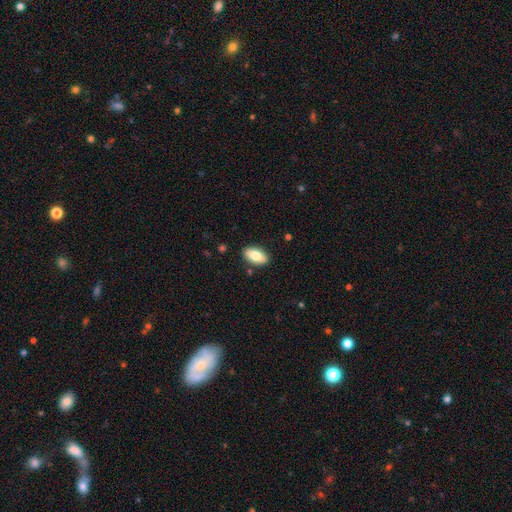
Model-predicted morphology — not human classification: This is likely a smooth galaxy (79%). How rounded: clearly in between (93%). Merging: clearly none (87%).